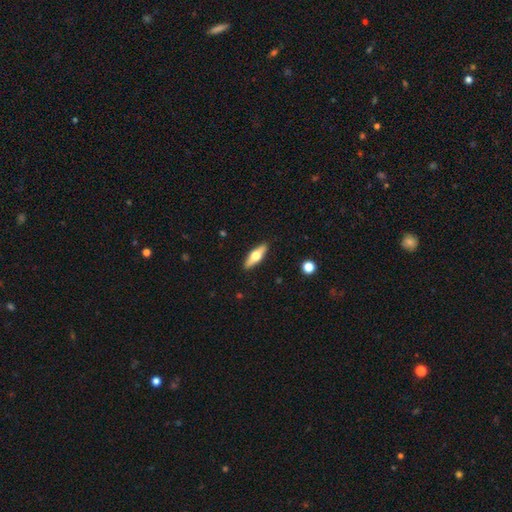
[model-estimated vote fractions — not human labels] This appears to be a featured or disk galaxy (47%, tied with smooth). Merging: none (90%).